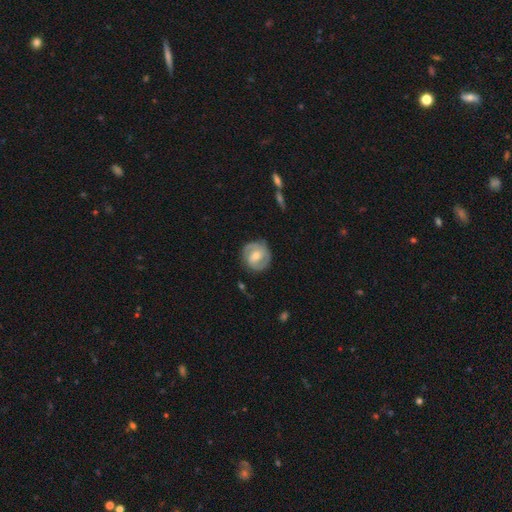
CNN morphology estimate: Smooth or featured? Predicted: featured or disk (p=0.68). Edge-on disk? Predicted: no (p=0.97). Bar? Predicted: weak (p=0.45). Spiral arms? Predicted: yes (p=0.84). Spiral winding? Predicted: tight (p=0.53). Spiral arm count? Predicted: 2 (p=0.71). Bulge size? Predicted: moderate (p=0.60). Merging? Predicted: none (p=0.80).